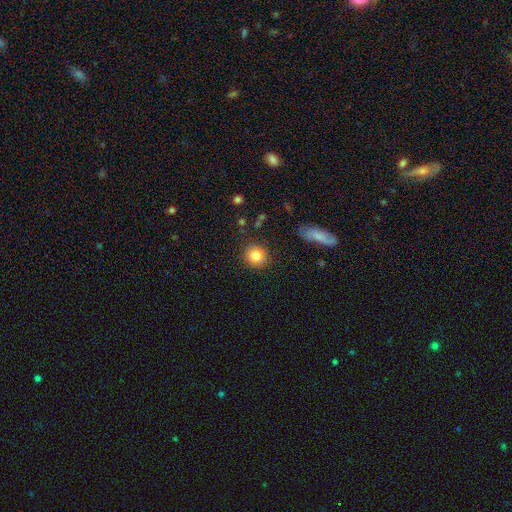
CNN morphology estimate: smooth_or_featured: smooth (p=0.84) [alt: star or artifact p=0.09]
how_rounded: round (p=0.90) [alt: in between p=0.09]
merging: none (p=0.88) [alt: minor disturbance p=0.08]